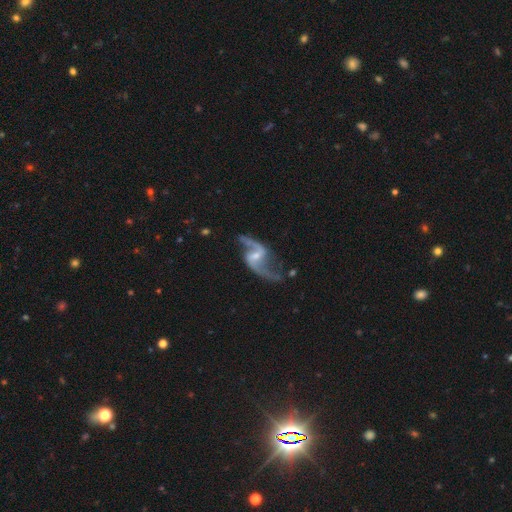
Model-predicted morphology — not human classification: A featured or disk galaxy (92%) with a weak bar (52%), 2 (94%) loose (76%) spiral arms (97%) and a small central bulge (57%). Merging: none (70%).